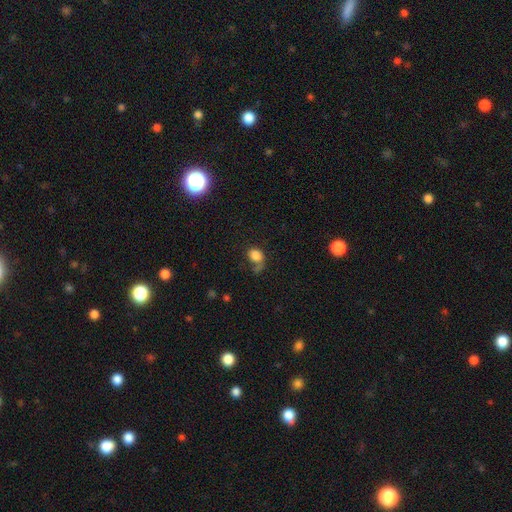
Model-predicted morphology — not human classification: Smooth or featured: smooth — 81% (star or artifact — 11%)
How rounded: round — 53% (in between — 46%)
Merging: none — 43% (minor disturbance — 22%)